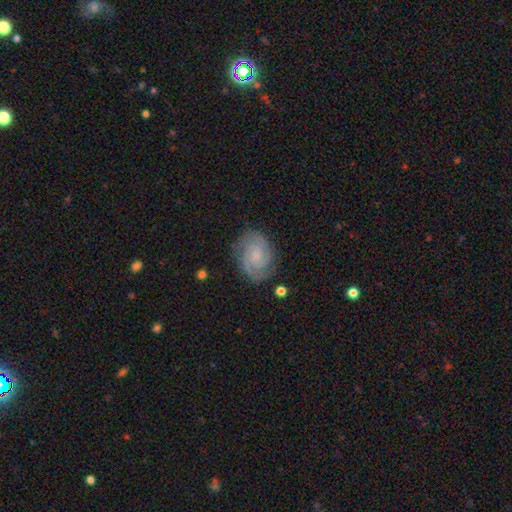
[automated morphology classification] Smooth or featured? featured or disk (85%)
Edge-on disk? no (98%)
Bar? no (58%)
Spiral arms? yes (98%)
Spiral winding? tight (66%)
Spiral arm count? 2 (75%)
Bulge size? small (51%)
Merging? none (82%)